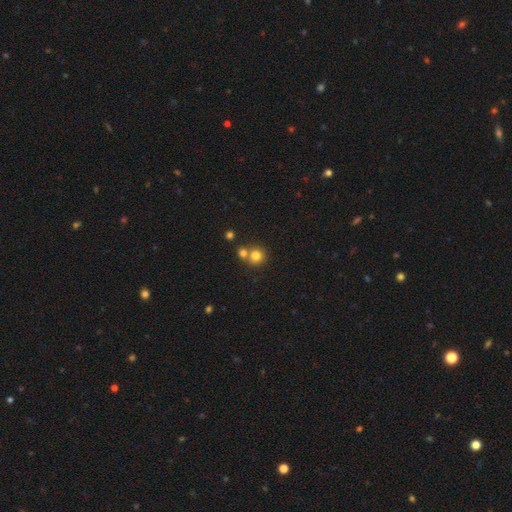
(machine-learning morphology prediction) smooth-or-featured: smooth: 78% | star or artifact: 13% | featured or disk: 9%
  how-rounded: round: 90% | in between: 9% | cigar-shaped: 1%
  merging: none: 55% | merger: 36% | minor disturbance: 6% | major disturbance: 2%